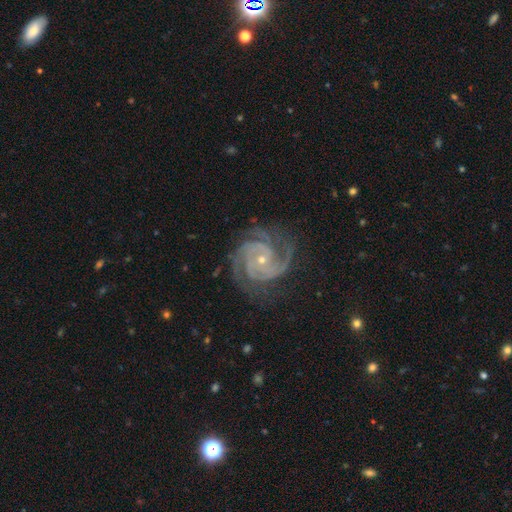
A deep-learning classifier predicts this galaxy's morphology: Overall: featured or disk (90%). Edge-on disk: no (98%). Bar: no (62%; weak 26%). Spiral arms: yes (99%). Spiral arm count: 2 (40%; 3 33%). Spiral winding: tight (65%; medium 32%). Bulge size: small (73%). Merging: none (78%).